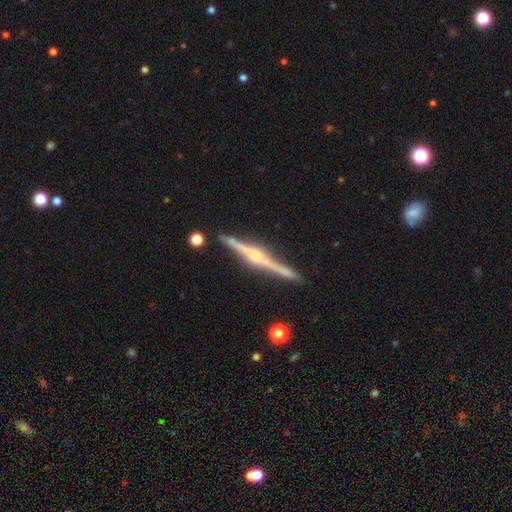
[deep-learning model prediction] Morphology: type=featured or disk (87%); edge-on=yes (99%); edge-on bulge=rounded (73%); merging=none (89%).